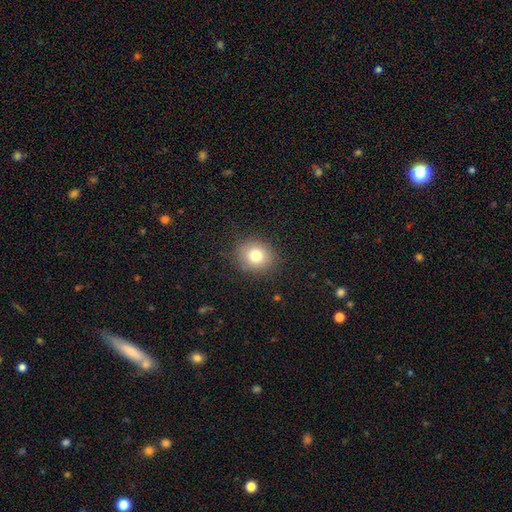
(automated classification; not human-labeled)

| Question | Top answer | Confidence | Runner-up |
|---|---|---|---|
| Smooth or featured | smooth | 78% | star or artifact (11%) |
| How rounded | round | 77% | in between (22%) |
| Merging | none | 87% | minor disturbance (9%) |